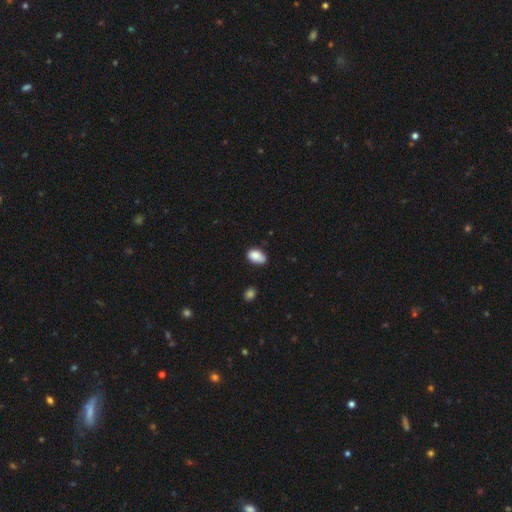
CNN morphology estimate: This appears to be a smooth galaxy with no disk features (87%) that is in between round and cigar-shaped (89%). Merging: none (66%).